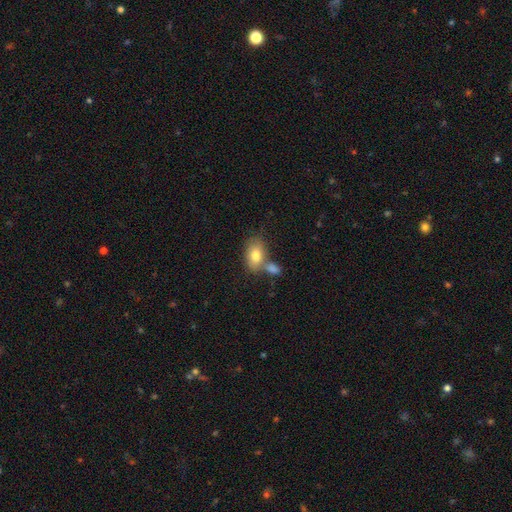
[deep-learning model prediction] Smooth or featured: smooth — 78% (featured or disk — 14%)
How rounded: in between — 85% (round — 13%)
Merging: none — 49% (merger — 34%)